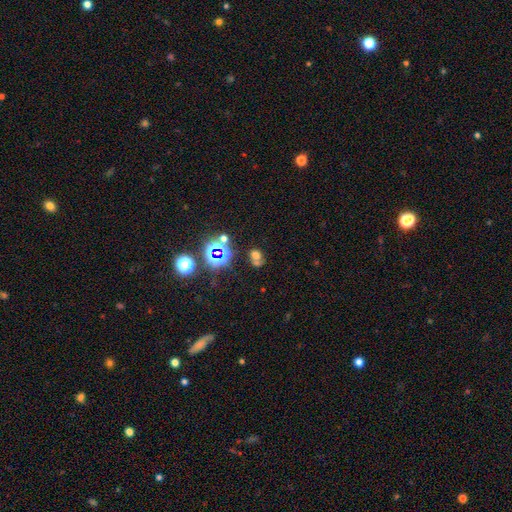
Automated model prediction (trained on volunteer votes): A smooth galaxy with no disk features (51%) that is round (54%).

Vote fractions:
- Smooth or featured? smooth: 51% / star or artifact: 32% / featured or disk: 17%
- How rounded? round: 54% / in between: 45% / cigar-shaped: 1%
- Merging? none: 41% / merger: 34% / minor disturbance: 14% / major disturbance: 12%